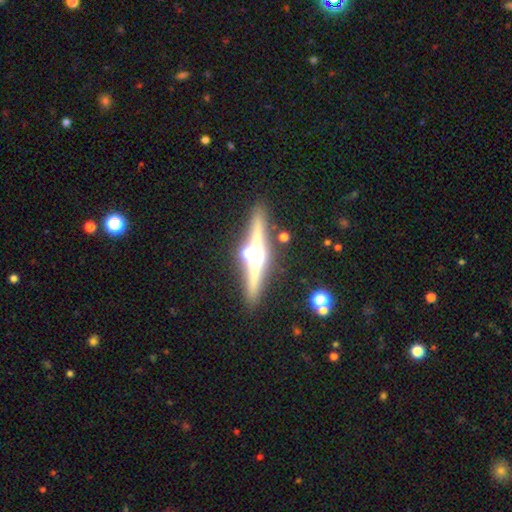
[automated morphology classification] A featured or disk galaxy (77%) viewed edge-on (97%) with a rounded central bulge (91%). Merging: none (84%).